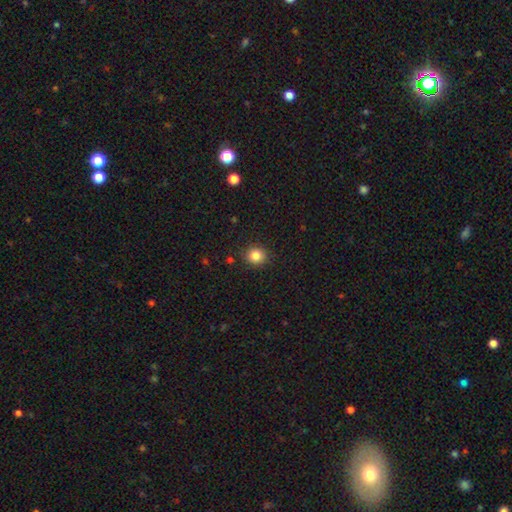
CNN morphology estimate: type=smooth (84%); roundness=round (86%); merging=none (89%).